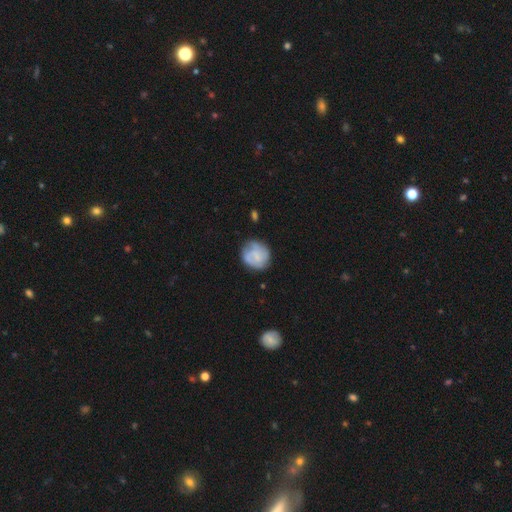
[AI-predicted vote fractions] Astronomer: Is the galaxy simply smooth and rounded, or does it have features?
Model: featured or disk — 47% (runner-up: smooth, 46%).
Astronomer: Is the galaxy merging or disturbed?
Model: none — 71%.